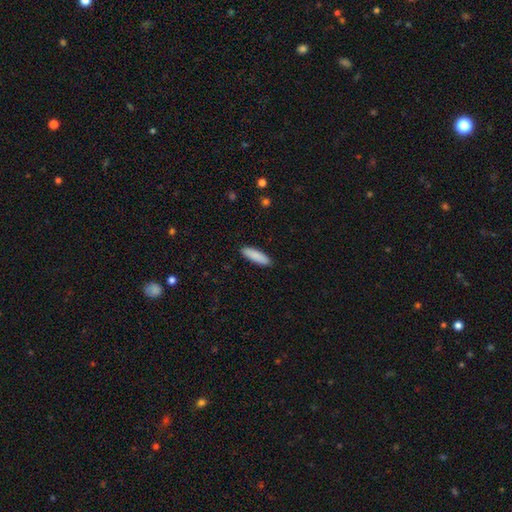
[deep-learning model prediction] Morphology: type=smooth (88%); roundness=cigar-shaped (63%); merging=none (91%).